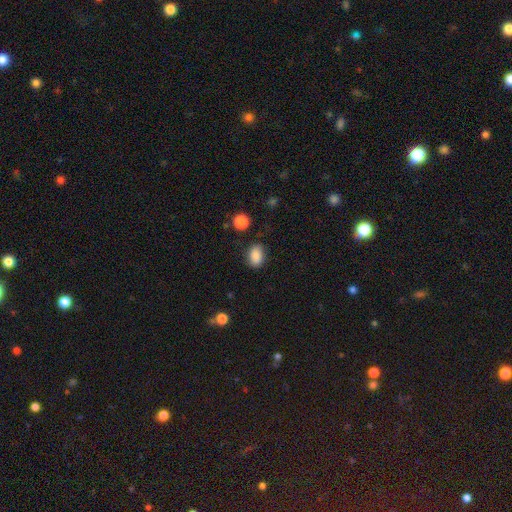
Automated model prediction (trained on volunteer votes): A smooth galaxy with no disk features (86%) that is in between round and cigar-shaped (80%). Merging: none (80%).